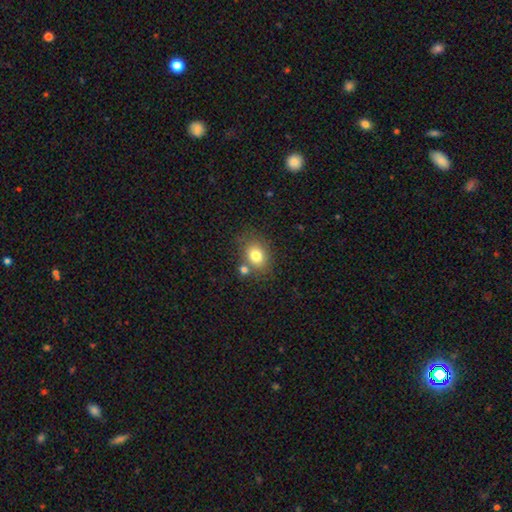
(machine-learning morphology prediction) A smooth galaxy with no disk features (79%) that is in between round and cigar-shaped (53%). Merging: none (67%).